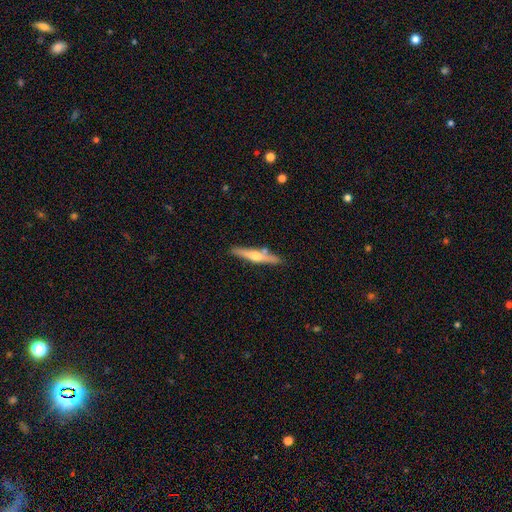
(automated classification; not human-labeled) Smooth or featured?
  - featured or disk: 61% *
  - smooth: 33%
  - star or artifact: 5%
Edge-on disk?
  - yes: 96% *
  - no: 4%
Edge-on bulge?
  - rounded: 90% *
  - none: 6%
  - boxy: 4%
Merging?
  - none: 83% *
  - minor disturbance: 10%
  - merger: 5%
  - major disturbance: 2%